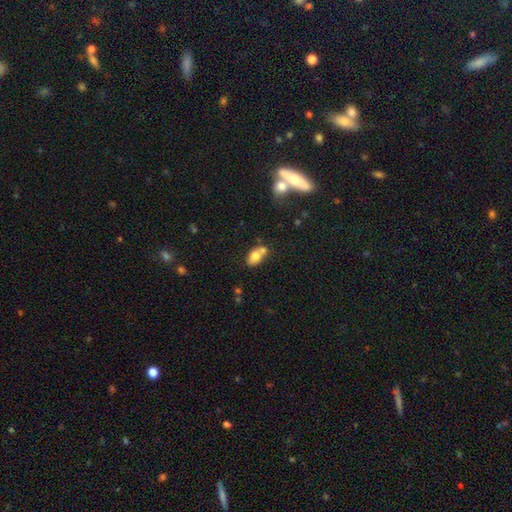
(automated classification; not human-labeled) smooth-or-featured: smooth: 74% | featured or disk: 17% | star or artifact: 9%
  how-rounded: in between: 83% | round: 14% | cigar-shaped: 3%
  merging: none: 41% (tied) | merger: 41% (tied) | minor disturbance: 14% | major disturbance: 5%